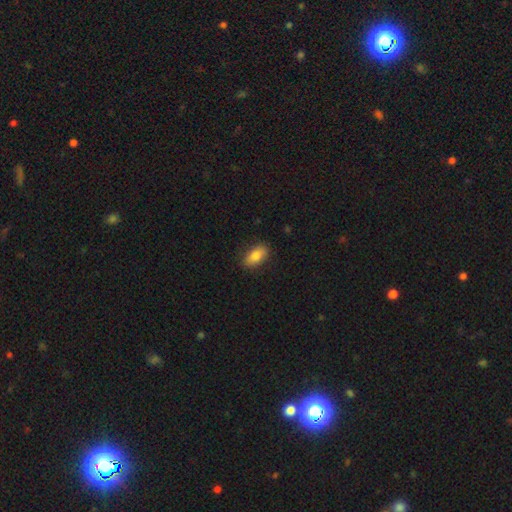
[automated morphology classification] Q: Smooth or featured?
A: smooth (83%); runner-up: featured or disk (10%)
Q: How rounded?
A: in between (89%); runner-up: cigar-shaped (6%)
Q: Merging?
A: none (86%); runner-up: minor disturbance (11%)